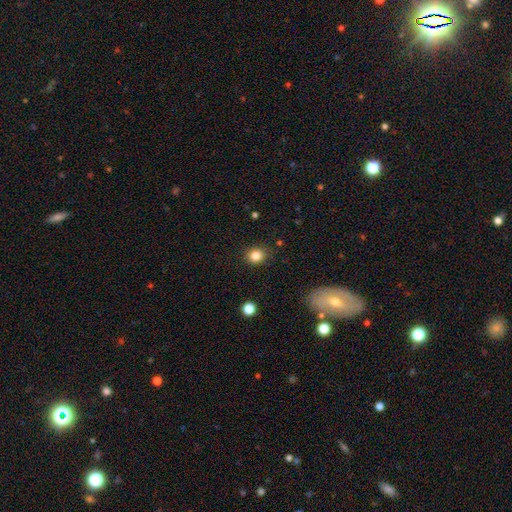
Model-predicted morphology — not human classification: A smooth galaxy with no disk features (85%) that is round (71%).

Vote fractions:
- Smooth or featured? smooth: 85% / star or artifact: 11% / featured or disk: 5%
- How rounded? round: 71% / in between: 28% / cigar-shaped: 1%
- Merging? none: 85% / minor disturbance: 11% / major disturbance: 3% / merger: 1%